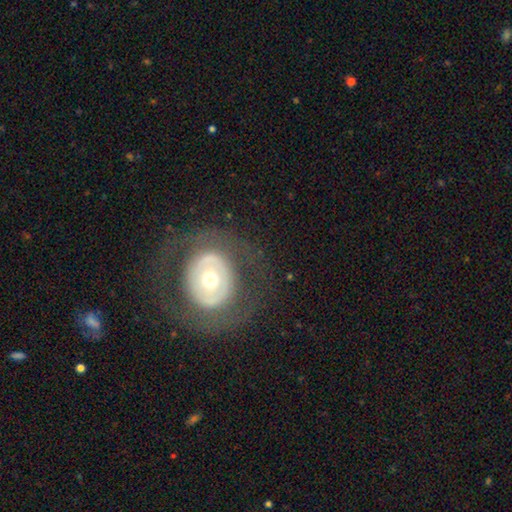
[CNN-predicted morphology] This appears to be a featured or disk galaxy (53%) with no bar (83%), no spiral arms (84%) and a moderate central bulge (57%). Merging: none (80%).